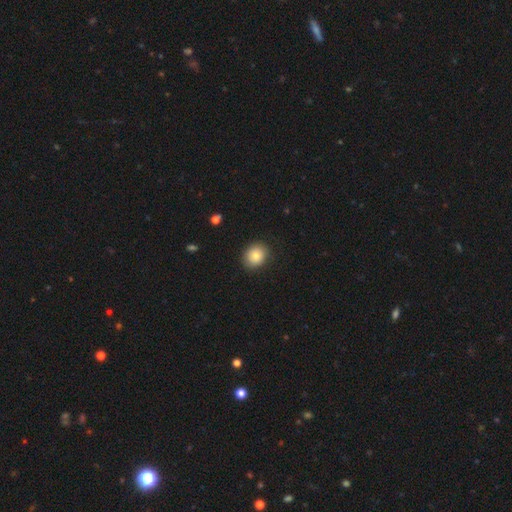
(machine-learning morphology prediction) smooth_or_featured: smooth (p=0.82) [alt: featured or disk p=0.09]
how_rounded: round (p=0.70) [alt: in between p=0.29]
merging: none (p=0.87) [alt: minor disturbance p=0.10]